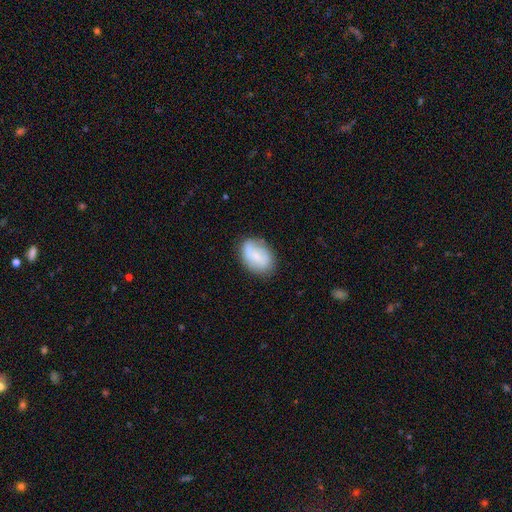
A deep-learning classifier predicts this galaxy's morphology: Smooth or featured? smooth (55%)
How rounded? in between (78%)
Merging? none (72%)